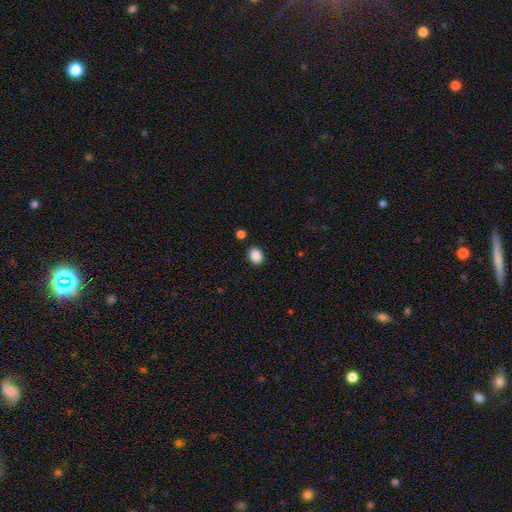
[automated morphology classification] Q: Smooth or featured?
A: smooth (88%); runner-up: star or artifact (9%)
Q: How rounded?
A: in between (66%); runner-up: round (33%)
Q: Merging?
A: none (87%); runner-up: minor disturbance (8%)